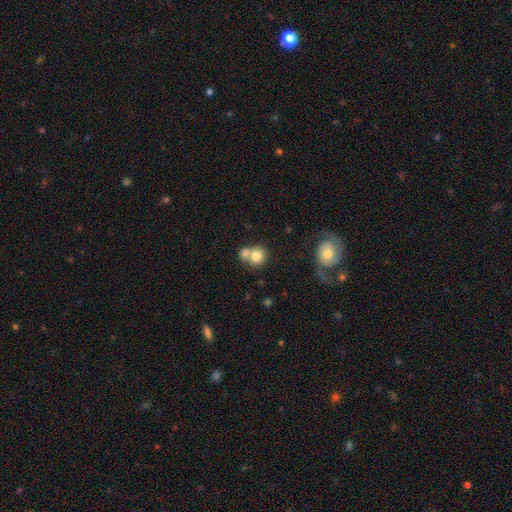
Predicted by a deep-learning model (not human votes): A smooth galaxy with no disk features (77%) that is round (79%).

Vote fractions:
- Smooth or featured? smooth: 77% / featured or disk: 15% / star or artifact: 8%
- How rounded? round: 79% / in between: 20% / cigar-shaped: 1%
- Merging? merger: 53% / none: 35% / minor disturbance: 8% / major disturbance: 4%